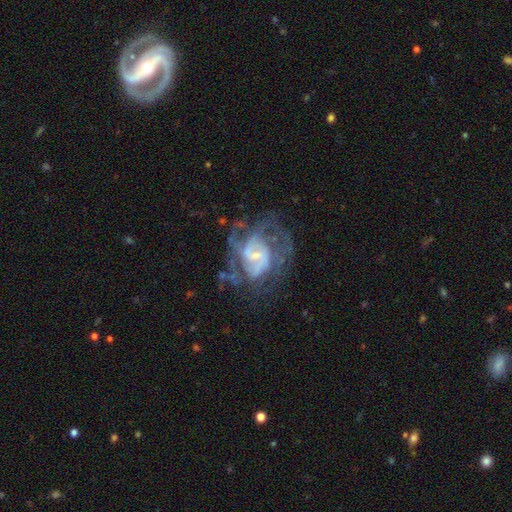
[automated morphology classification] Smooth or featured? Predicted: featured or disk (p=0.82). Edge-on disk? Predicted: no (p=0.97). Bar? Predicted: weak (p=0.49). Spiral arms? Predicted: yes (p=0.86). Spiral winding? Predicted: medium (p=0.44). Spiral arm count? Predicted: can't tell (p=0.38). Bulge size? Predicted: small (p=0.64). Merging? Predicted: none (p=0.55).